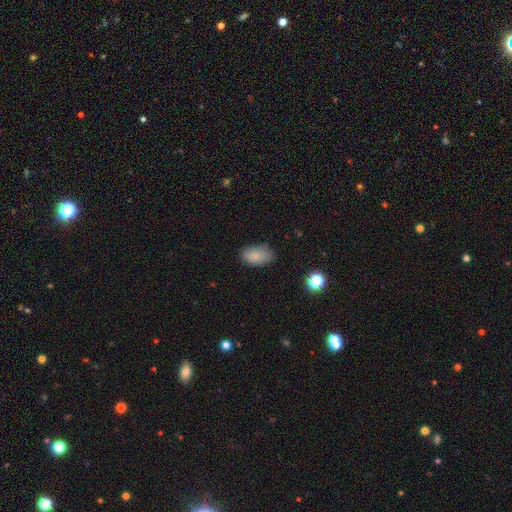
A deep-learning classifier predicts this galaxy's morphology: smooth-or-featured: smooth: 85% | star or artifact: 9% | featured or disk: 6%
  how-rounded: in between: 92% | round: 6% | cigar-shaped: 2%
  merging: none: 79% | minor disturbance: 16% | major disturbance: 4% | merger: 1%